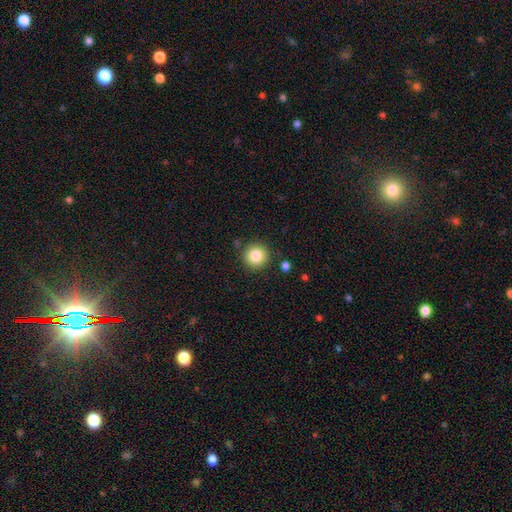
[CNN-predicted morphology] This appears to be a smooth galaxy with no disk features (84%) that is round (94%). Merging: none (87%).